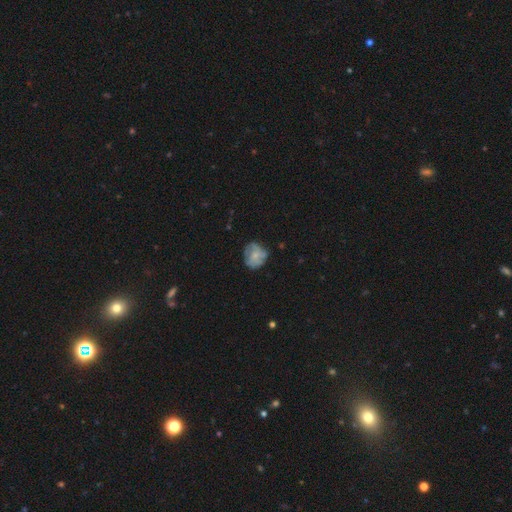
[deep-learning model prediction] A smooth galaxy with no disk features (47%).

Vote fractions:
- Smooth or featured? smooth: 47% / featured or disk: 44% / star or artifact: 9%
- Merging? none: 58% / minor disturbance: 27% / major disturbance: 13% / merger: 2%